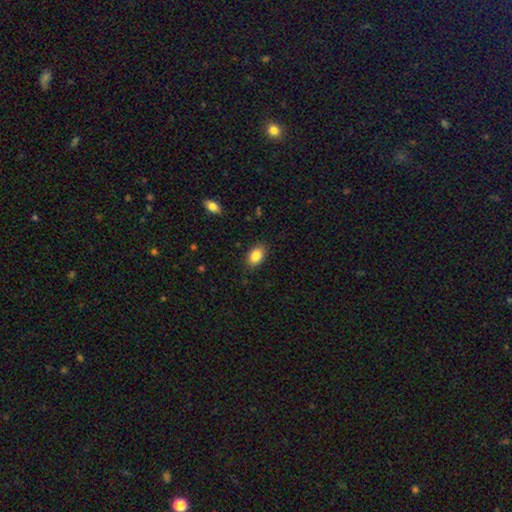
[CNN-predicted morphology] Smooth or featured? Predicted: smooth (p=0.86). How rounded? Predicted: in between (p=0.86). Merging? Predicted: none (p=0.86).